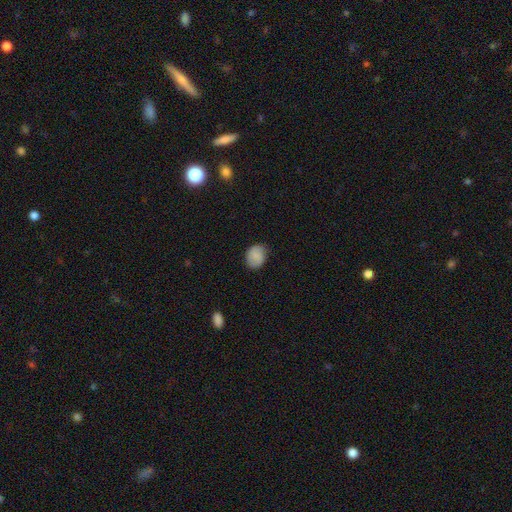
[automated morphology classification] This is clearly a smooth galaxy (82%). How rounded: possibly in between (50%). Merging: likely none (79%).